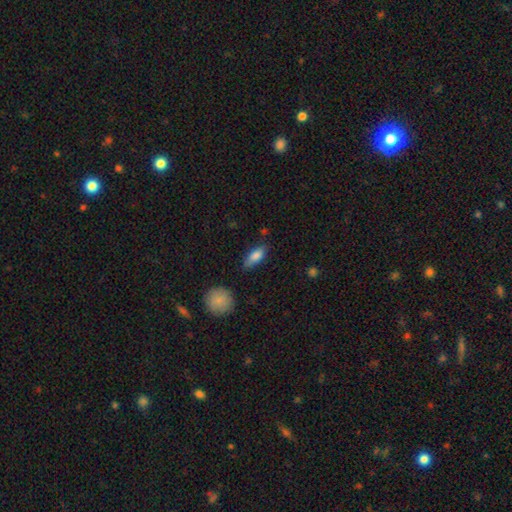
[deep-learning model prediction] Overall: smooth (80%). How rounded: in between (74%). Merging: none (70%).